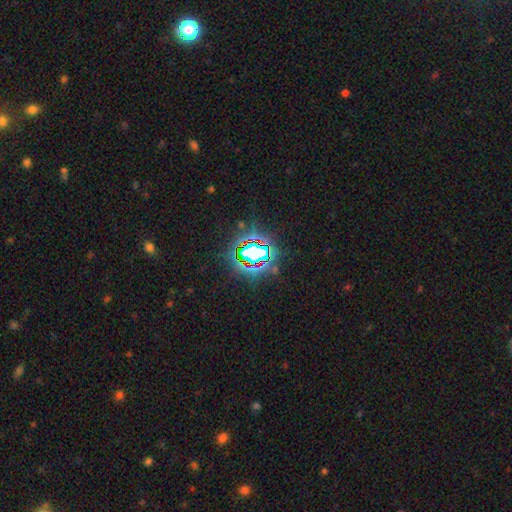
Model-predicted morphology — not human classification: Overall: star or artifact (73%).